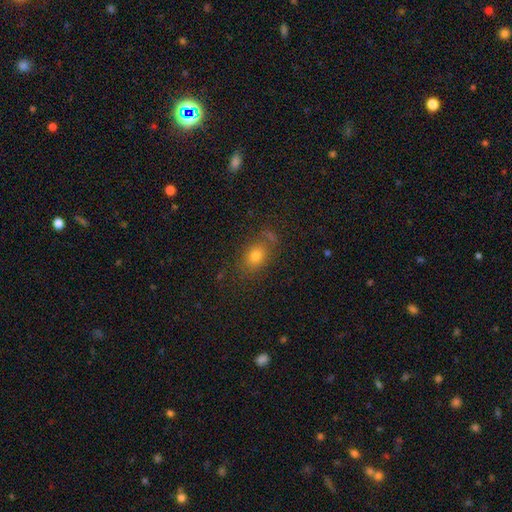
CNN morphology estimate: Smooth or featured?
  - smooth: 73% *
  - star or artifact: 16%
  - featured or disk: 11%
How rounded?
  - in between: 58% *
  - round: 40%
  - cigar-shaped: 2%
Merging?
  - none: 72% *
  - minor disturbance: 16%
  - merger: 7%
  - major disturbance: 6%